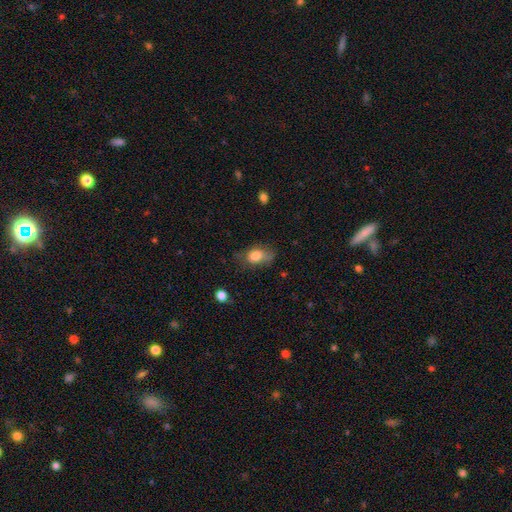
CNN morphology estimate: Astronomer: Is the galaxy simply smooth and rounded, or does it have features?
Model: smooth — 79%.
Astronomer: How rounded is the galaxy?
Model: in between — 80%.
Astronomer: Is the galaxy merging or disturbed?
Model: none — 51% (runner-up: minor disturbance, 32%).